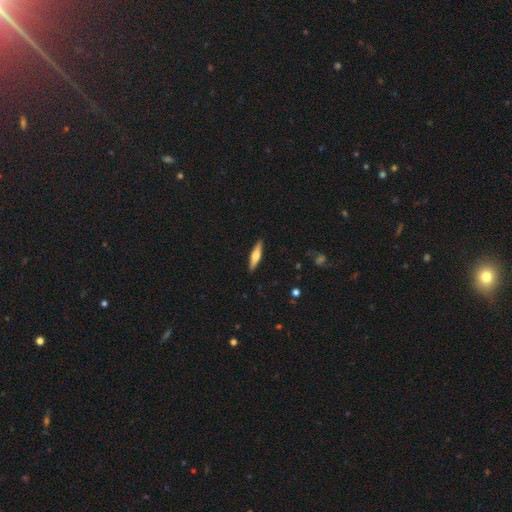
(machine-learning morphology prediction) A featured or disk galaxy (47%, tied with smooth).

Vote fractions:
- Smooth or featured? featured or disk: 47% (tied) / smooth: 47% (tied) / star or artifact: 5%
- Merging? none: 90% / minor disturbance: 7% / major disturbance: 2% / merger: 1%